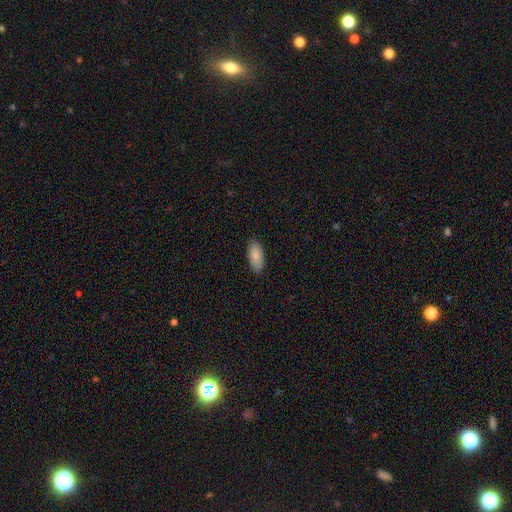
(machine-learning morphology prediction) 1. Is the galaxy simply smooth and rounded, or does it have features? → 86% smooth, 8% featured or disk, 6% star or artifact.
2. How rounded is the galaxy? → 88% in between, 10% cigar-shaped, 2% round.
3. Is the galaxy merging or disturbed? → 89% none, 9% minor disturbance, 2% major disturbance, 1% merger.